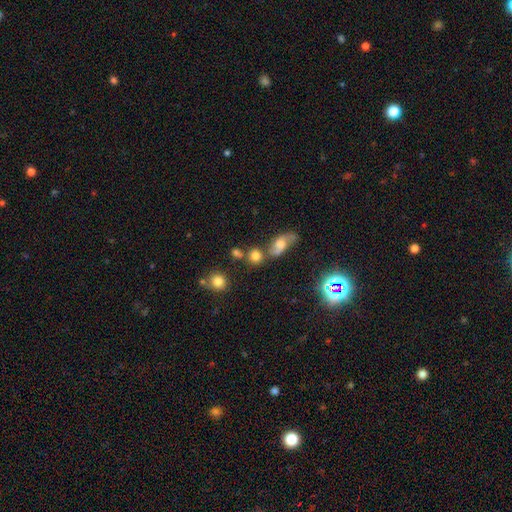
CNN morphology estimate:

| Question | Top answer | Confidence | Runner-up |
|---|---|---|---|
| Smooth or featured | smooth | 73% | star or artifact (15%) |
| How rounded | round | 77% | in between (21%) |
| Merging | none | 54% | merger (29%) |